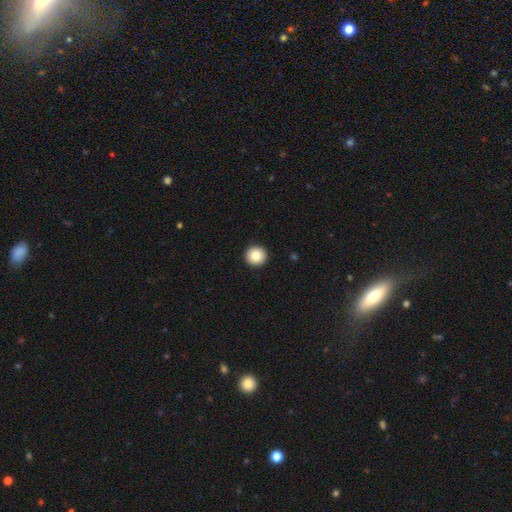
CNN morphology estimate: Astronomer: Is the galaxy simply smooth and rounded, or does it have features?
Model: smooth — 84%.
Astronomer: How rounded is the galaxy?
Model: round — 96%.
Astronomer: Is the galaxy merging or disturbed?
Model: none — 94%.